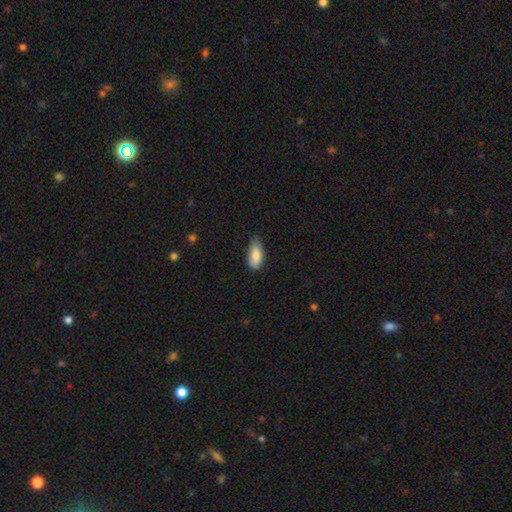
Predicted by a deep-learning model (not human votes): Smooth or featured: smooth — 87% (featured or disk — 7%)
How rounded: in between — 88% (cigar-shaped — 9%)
Merging: none — 65% (minor disturbance — 30%)